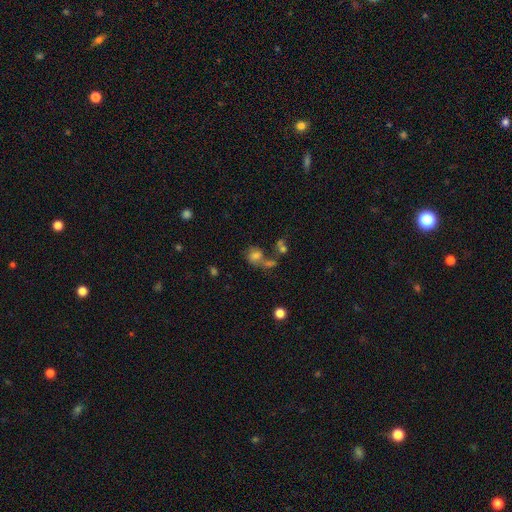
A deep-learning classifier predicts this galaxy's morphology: The model was most divided on "how rounded": round: 50%, in between: 48%, cigar-shaped: 2%. Remaining: smooth or featured — smooth (64%); merging — merger (39%).